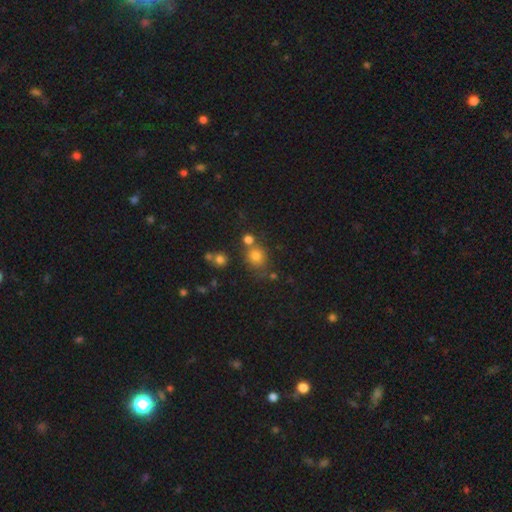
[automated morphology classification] smooth 76%, star or artifact 15%, featured or disk 8%. Down the decision tree: how rounded — round (77%); merging — none (62%).